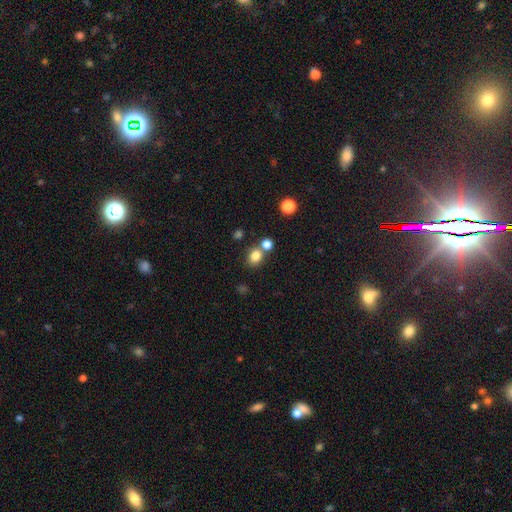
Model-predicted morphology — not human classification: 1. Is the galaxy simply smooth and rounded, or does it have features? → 81% smooth, 13% star or artifact, 6% featured or disk.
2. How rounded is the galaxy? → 62% round, 37% in between, 1% cigar-shaped.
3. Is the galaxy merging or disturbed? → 62% none, 24% merger, 10% minor disturbance, 4% major disturbance.